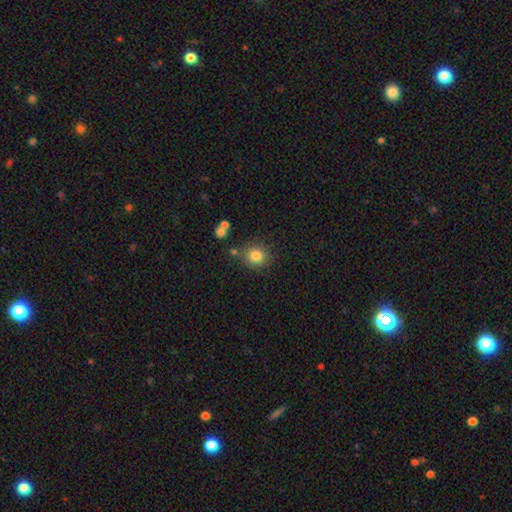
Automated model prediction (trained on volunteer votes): Overall: smooth (82%). How rounded: round (88%). Merging: none (79%).